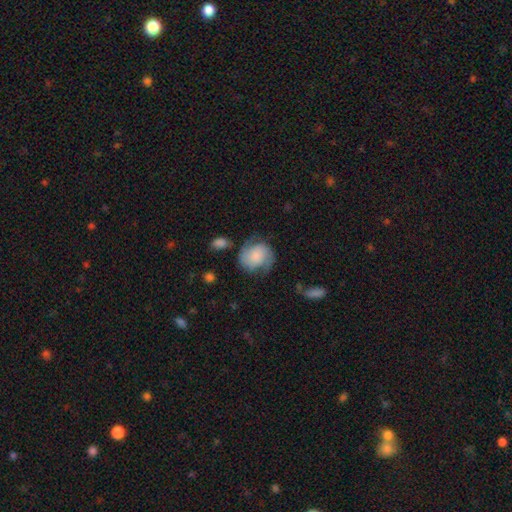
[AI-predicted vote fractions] Overall: featured or disk (62%; smooth 30%). Edge-on disk: no (98%). Bar: no (71%). Spiral arms: yes (93%). Spiral arm count: 2 (88%). Spiral winding: medium (44%; tight 34%). Bulge size: none (34%; small 21%). Merging: none (64%).